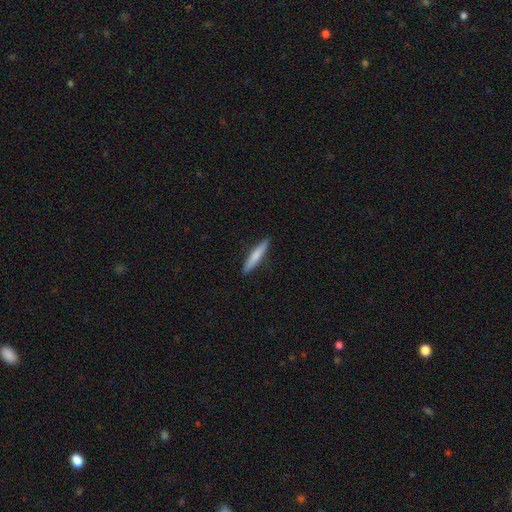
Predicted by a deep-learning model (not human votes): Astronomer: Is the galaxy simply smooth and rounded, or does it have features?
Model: smooth — 73%.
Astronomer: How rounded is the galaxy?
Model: cigar-shaped — 92%.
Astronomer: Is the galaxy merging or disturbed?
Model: none — 90%.